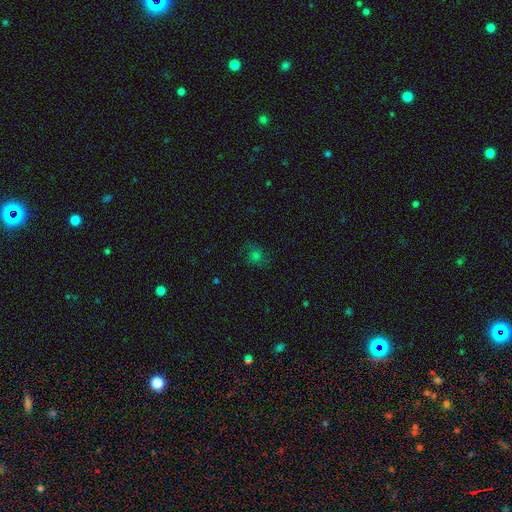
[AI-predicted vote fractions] Smooth or featured? Predicted: smooth (p=0.55). How rounded? Predicted: round (p=0.75). Merging? Predicted: none (p=0.75).